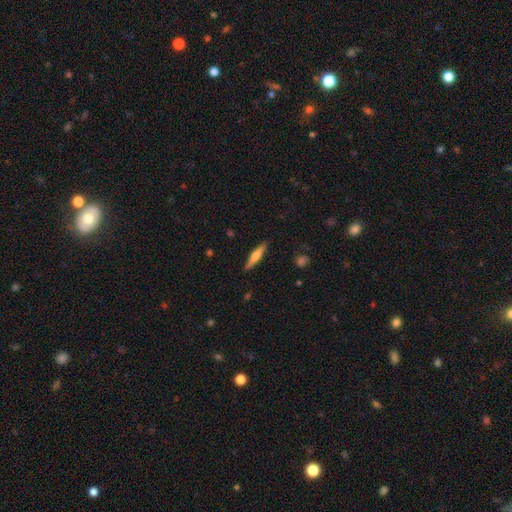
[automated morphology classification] type=smooth (54%); roundness=cigar-shaped (87%); merging=none (89%).